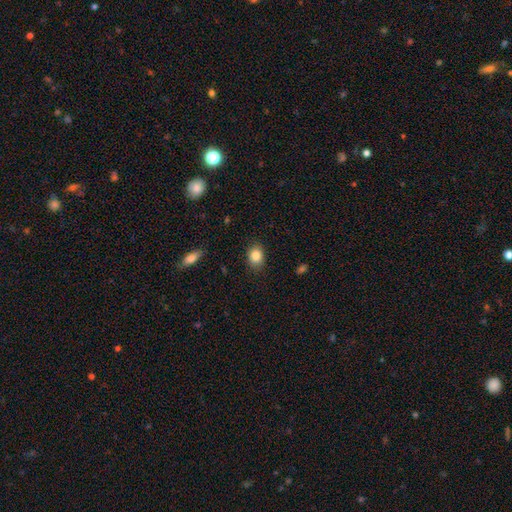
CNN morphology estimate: smooth 85%, star or artifact 9%, featured or disk 6%. Down the decision tree: how rounded — in between (60%); merging — none (87%).